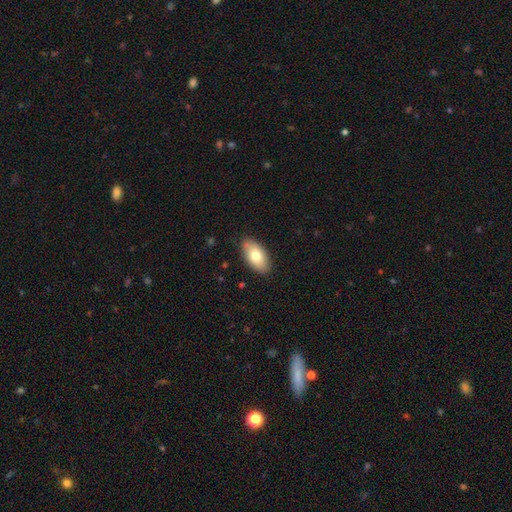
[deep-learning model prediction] Overall: smooth (76%). How rounded: in between (93%). Merging: none (85%).